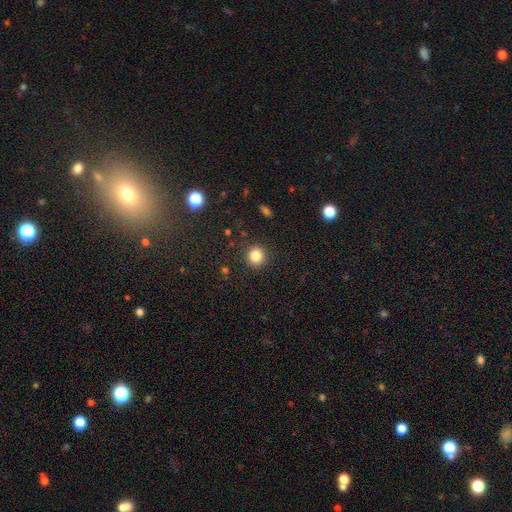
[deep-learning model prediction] Smooth or featured: smooth — 83% (star or artifact — 11%)
How rounded: round — 91% (in between — 8%)
Merging: none — 90% (minor disturbance — 6%)